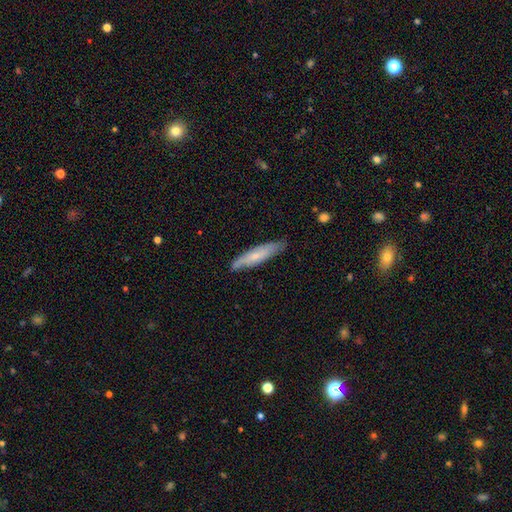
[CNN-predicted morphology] A smooth galaxy with no disk features (52%) that is cigar-shaped (81%).

Vote fractions:
- Smooth or featured? smooth: 52% / featured or disk: 42% / star or artifact: 6%
- How rounded? cigar-shaped: 81% / in between: 18% / round: 1%
- Merging? none: 78% / minor disturbance: 18% / major disturbance: 3% / merger: 1%